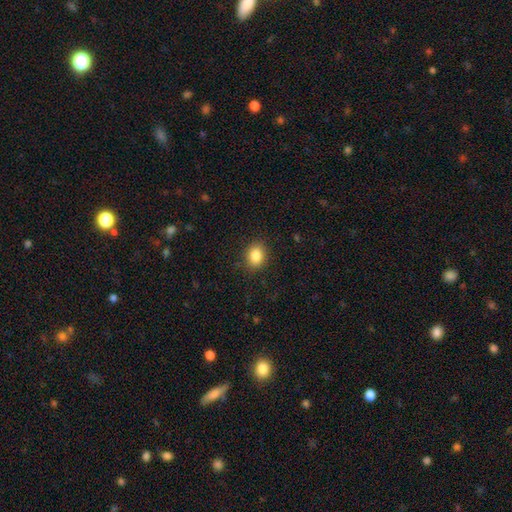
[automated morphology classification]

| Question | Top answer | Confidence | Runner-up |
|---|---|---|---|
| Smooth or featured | smooth | 86% | star or artifact (9%) |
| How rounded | in between | 51% | round (48%) |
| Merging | none | 88% | minor disturbance (9%) |